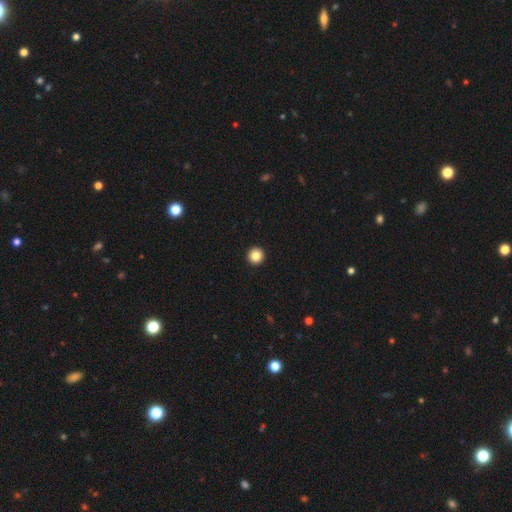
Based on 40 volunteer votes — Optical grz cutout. It shows a smooth galaxy with no disk features (85%) that is round (100%). Merging: none (91%).